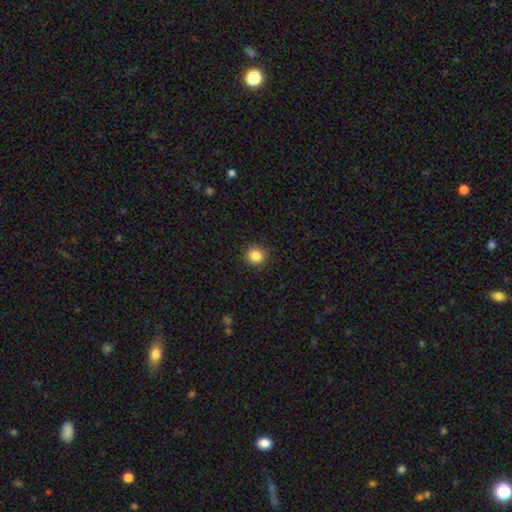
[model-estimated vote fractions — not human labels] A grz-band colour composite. It shows a smooth galaxy with no disk features (85%) that is round (94%). Merging: none (91%).